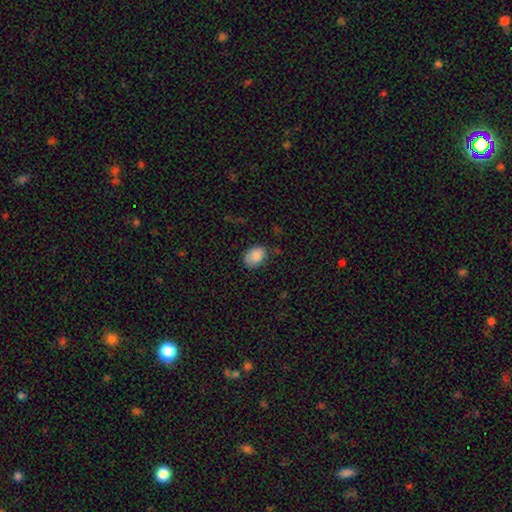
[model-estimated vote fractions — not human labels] smooth 88%, star or artifact 8%, featured or disk 5%. Down the decision tree: how rounded — in between (76%); merging — none (71%).